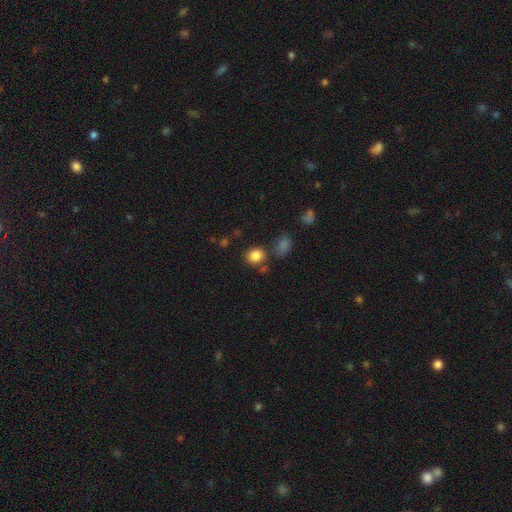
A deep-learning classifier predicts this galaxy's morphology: This is clearly a smooth galaxy (84%). How rounded: likely round (74%). Merging: likely none (74%).